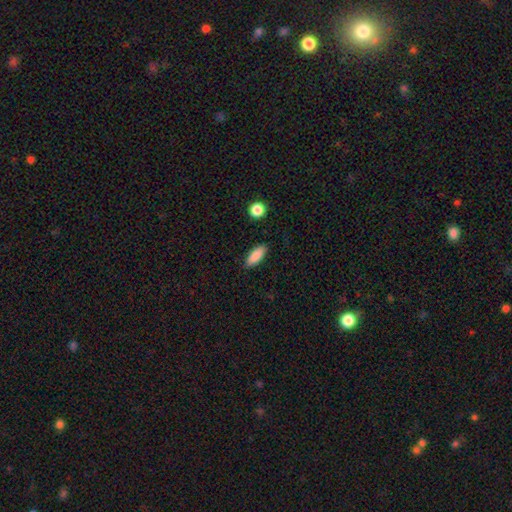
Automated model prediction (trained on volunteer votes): Smooth or featured: smooth — 87% (star or artifact — 6%)
How rounded: in between — 71% (cigar-shaped — 26%)
Merging: none — 88% (minor disturbance — 8%)